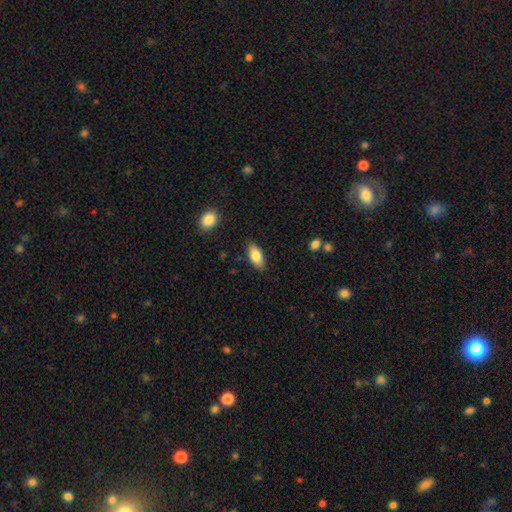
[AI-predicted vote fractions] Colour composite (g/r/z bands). It shows a smooth galaxy with no disk features (83%) that is in between round and cigar-shaped (88%). Merging: none (84%).